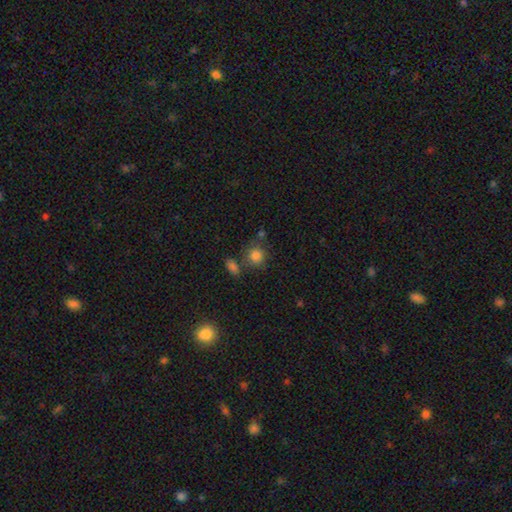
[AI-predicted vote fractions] Smooth or featured? smooth (83%)
How rounded? round (85%)
Merging? none (67%)